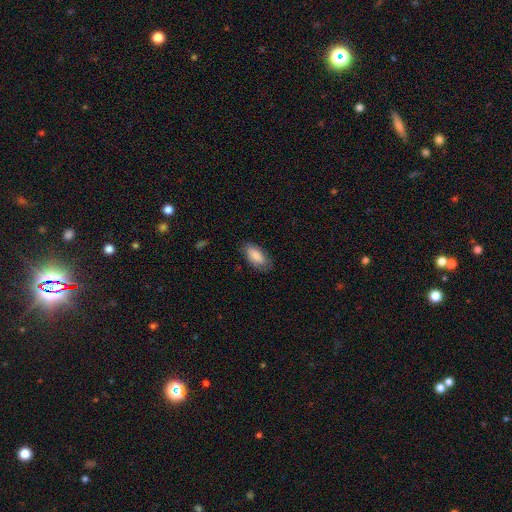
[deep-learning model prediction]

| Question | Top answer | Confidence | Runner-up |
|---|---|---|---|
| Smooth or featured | smooth | 85% | featured or disk (9%) |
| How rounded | in between | 91% | cigar-shaped (7%) |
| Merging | none | 77% | minor disturbance (18%) |